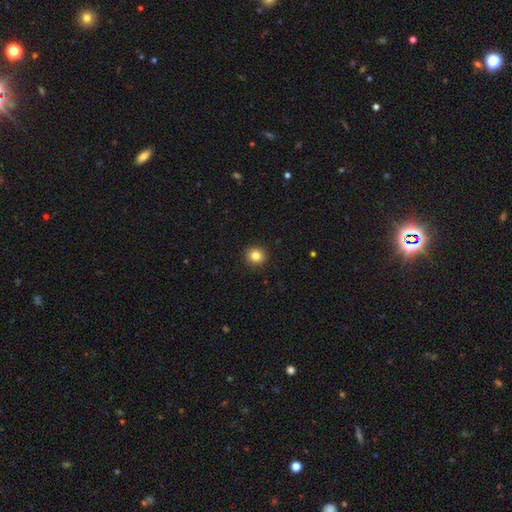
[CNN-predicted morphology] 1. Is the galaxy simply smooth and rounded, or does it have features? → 83% smooth, 11% star or artifact, 6% featured or disk.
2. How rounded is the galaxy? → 90% round, 9% in between, 1% cigar-shaped.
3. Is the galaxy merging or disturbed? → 92% none, 5% minor disturbance, 2% major disturbance, 1% merger.